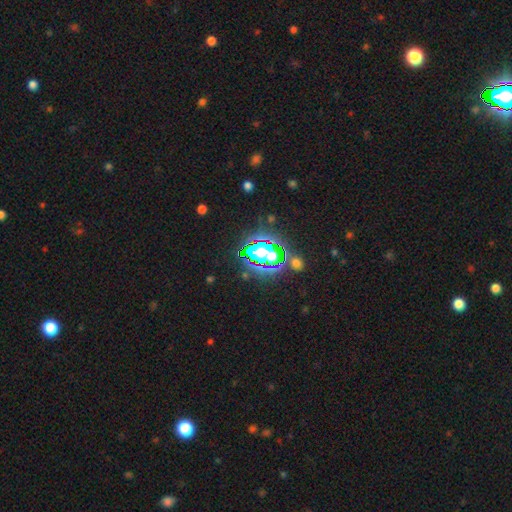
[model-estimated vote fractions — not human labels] Q: Smooth or featured?
A: star or artifact (65%); runner-up: smooth (21%)